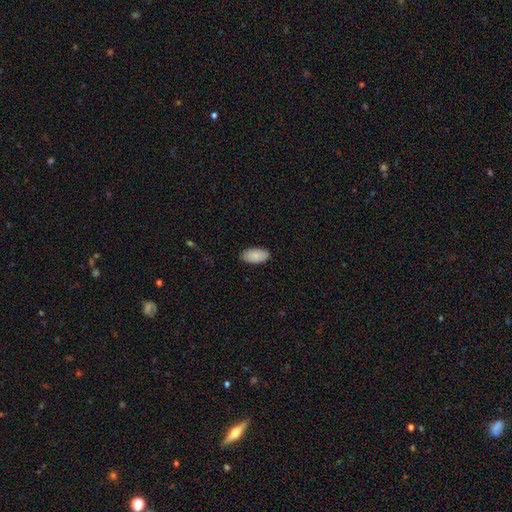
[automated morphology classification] The model was most divided on "merging": none: 87%, minor disturbance: 10%, major disturbance: 2%, merger: 1%. More confident: how rounded — in between (95%); smooth or featured — smooth (89%).